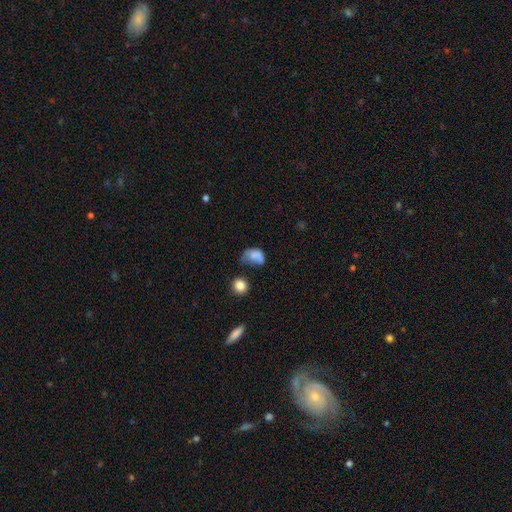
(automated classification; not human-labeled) Smooth or featured? Predicted: smooth (p=0.72). How rounded? Predicted: in between (p=0.72). Merging? Predicted: major disturbance (p=0.35).